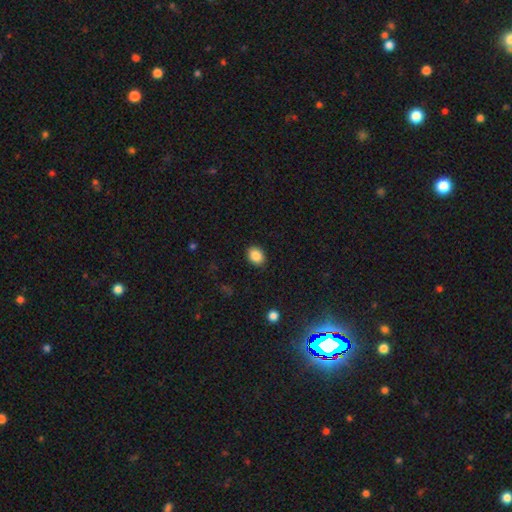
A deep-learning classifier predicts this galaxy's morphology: Smooth or featured?
  - smooth: 88% *
  - star or artifact: 8%
  - featured or disk: 4%
How rounded?
  - in between: 61% *
  - round: 38%
  - cigar-shaped: 1%
Merging?
  - none: 89% *
  - minor disturbance: 8%
  - major disturbance: 2%
  - merger: 1%